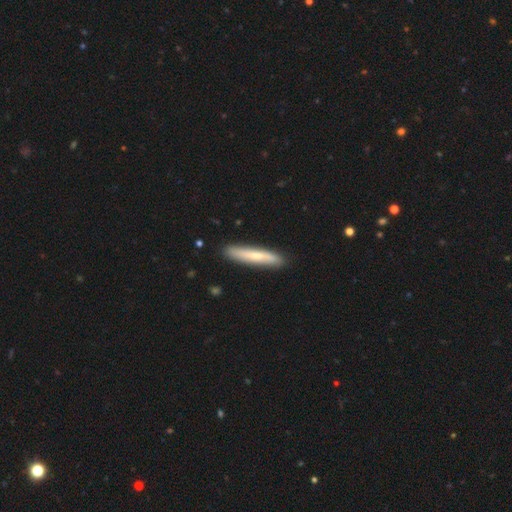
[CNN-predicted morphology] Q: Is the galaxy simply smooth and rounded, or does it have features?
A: smooth — 60%.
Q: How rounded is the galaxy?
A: cigar-shaped — 91%.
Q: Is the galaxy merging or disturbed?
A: none — 88%.